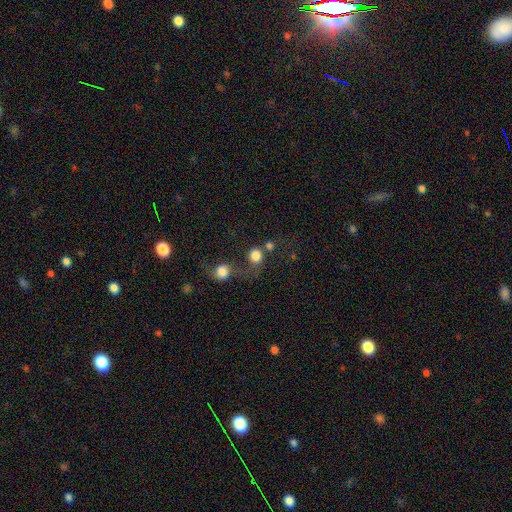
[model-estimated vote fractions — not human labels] This is clearly a smooth galaxy (81%). How rounded: clearly round (84%). Merging: marginally none (43%).